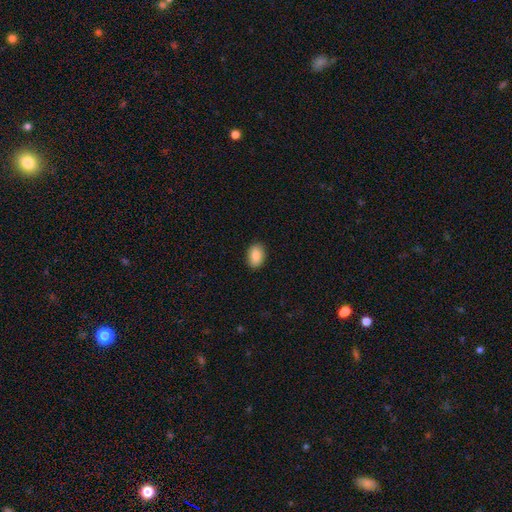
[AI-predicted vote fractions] Morphology: type=smooth (88%); roundness=in between (86%); merging=none (89%).